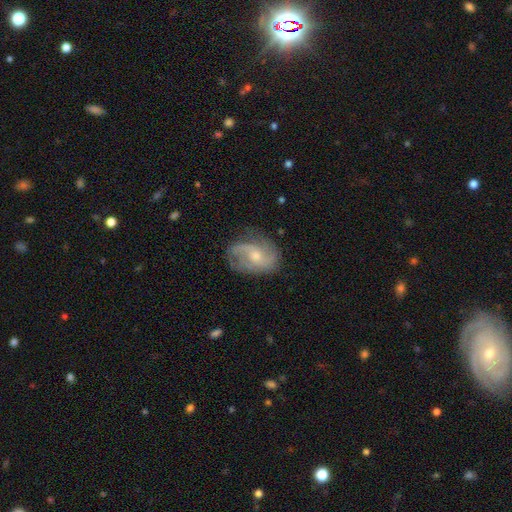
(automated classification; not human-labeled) Q: Smooth or featured?
A: featured or disk (77%); runner-up: smooth (17%)
Q: Edge-on disk?
A: no (97%); runner-up: yes (3%)
Q: Bar?
A: no (57%); runner-up: weak (37%)
Q: Spiral arms?
A: yes (92%); runner-up: no (8%)
Q: Spiral winding?
A: medium (45%); runner-up: loose (34%)
Q: Spiral arm count?
A: 2 (62%); runner-up: can't tell (15%)
Q: Bulge size?
A: moderate (50%); runner-up: small (43%)
Q: Merging?
A: none (65%); runner-up: minor disturbance (22%)